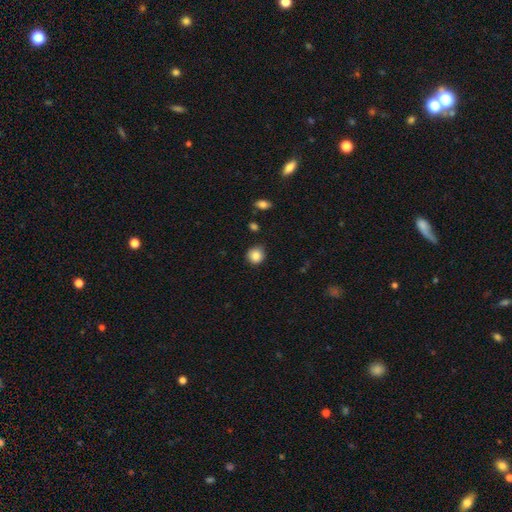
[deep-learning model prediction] This is clearly a smooth galaxy (86%). How rounded: clearly round (90%). Merging: clearly none (87%).